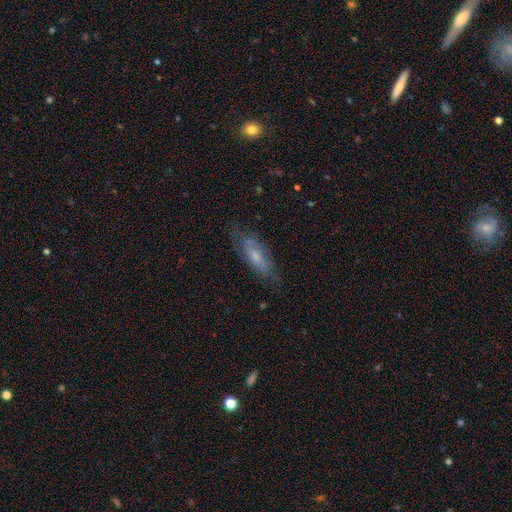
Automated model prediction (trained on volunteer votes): This appears to be a smooth galaxy with no disk features (47%). Merging: none (69%).